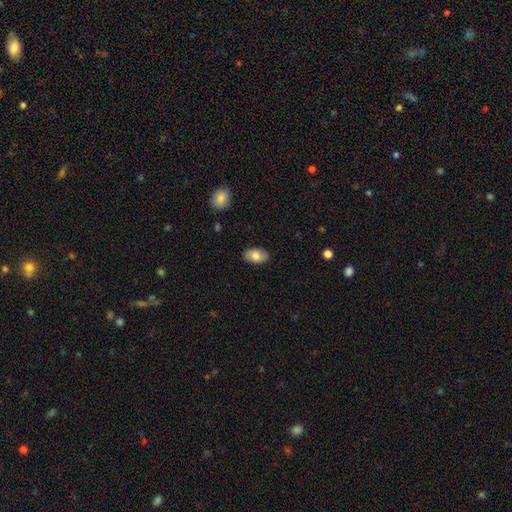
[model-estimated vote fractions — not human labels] Smooth or featured: smooth — 75% (featured or disk — 18%)
How rounded: in between — 91% (round — 7%)
Merging: none — 85% (minor disturbance — 11%)